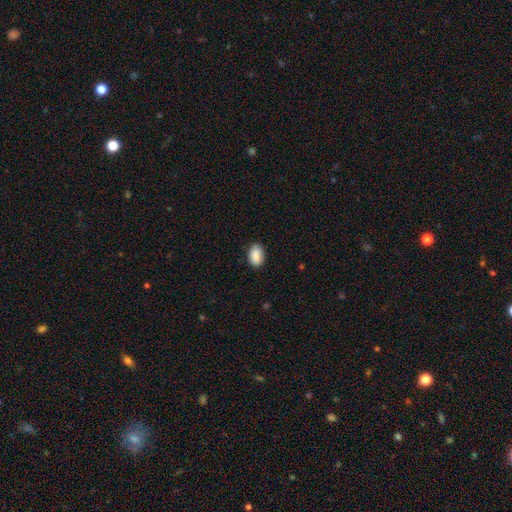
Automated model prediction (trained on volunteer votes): A smooth galaxy with no disk features (88%) that is in between round and cigar-shaped (86%). Merging: none (84%).